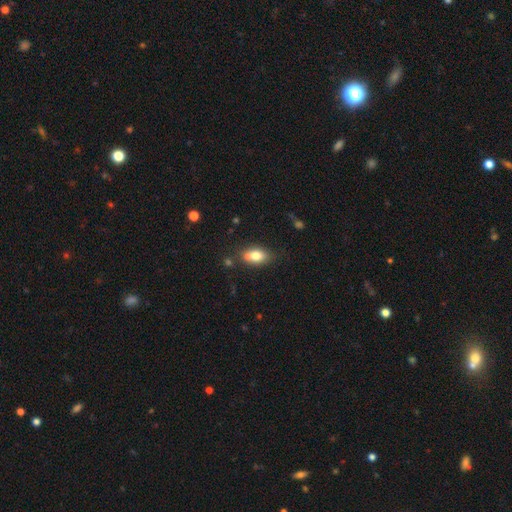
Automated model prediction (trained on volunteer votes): Morphology: type=smooth (76%); roundness=in between (86%); merging=none (66%).